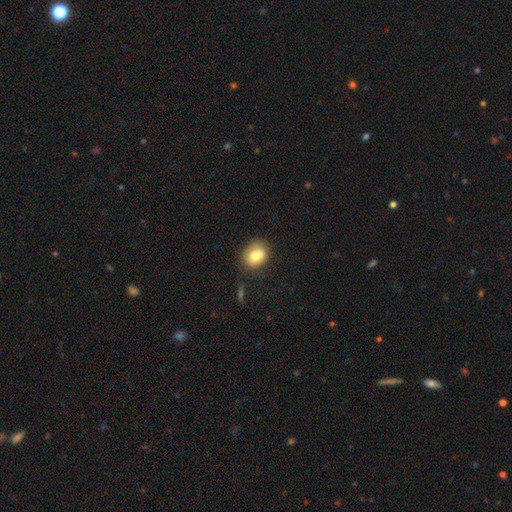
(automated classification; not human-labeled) This appears to be a smooth galaxy with no disk features (79%) that is round (57%). Merging: none (77%).